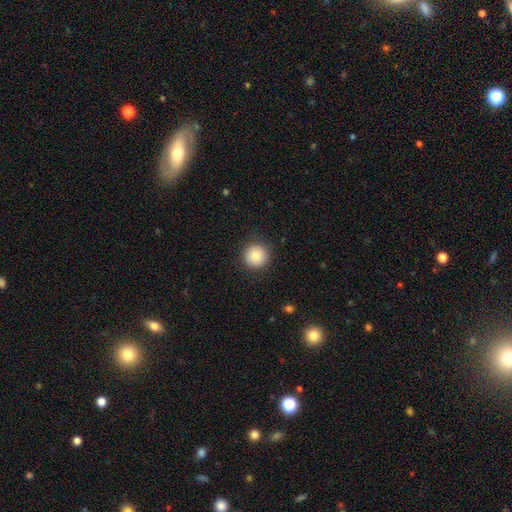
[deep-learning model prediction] Overall: smooth (85%). How rounded: round (95%). Merging: none (90%).